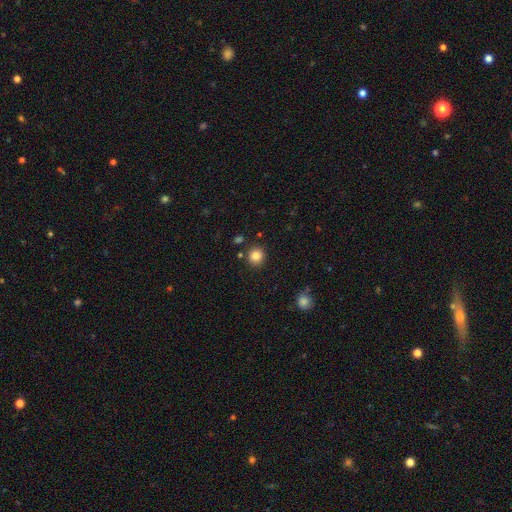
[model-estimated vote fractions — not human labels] This is clearly a smooth galaxy (84%). How rounded: clearly round (90%). Merging: clearly none (88%).